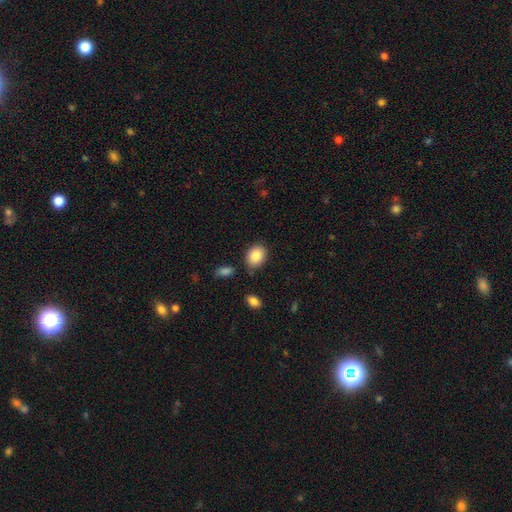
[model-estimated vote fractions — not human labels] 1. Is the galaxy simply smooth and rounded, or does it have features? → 87% smooth, 8% star or artifact, 6% featured or disk.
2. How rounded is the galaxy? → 70% in between, 29% round, 1% cigar-shaped.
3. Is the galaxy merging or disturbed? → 78% none, 14% minor disturbance, 4% merger, 3% major disturbance.